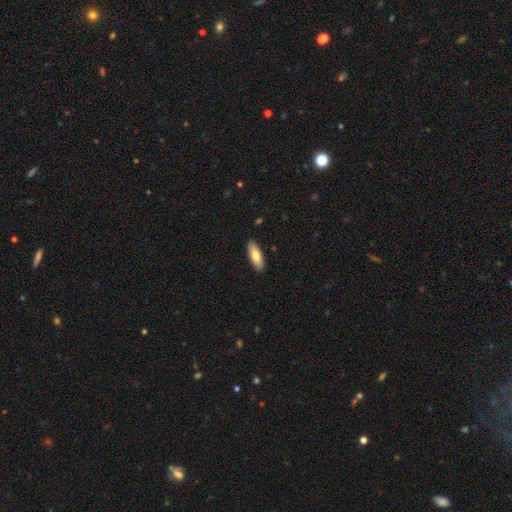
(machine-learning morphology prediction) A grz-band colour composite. It shows a smooth galaxy with no disk features (80%) that is in between round and cigar-shaped (62%). Merging: none (90%).